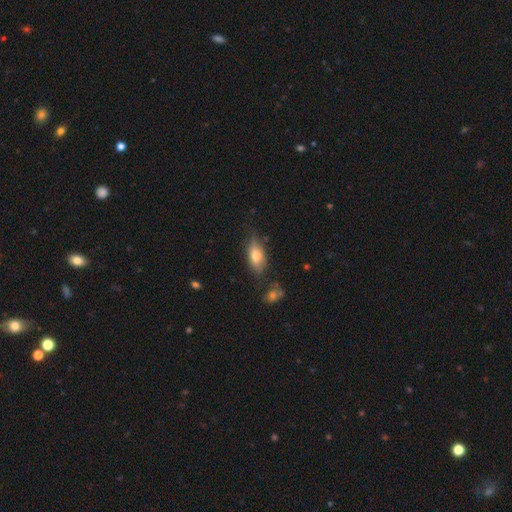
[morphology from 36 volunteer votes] Overall: smooth (69%). How rounded: in between (76%). Merging: none (60%; minor disturbance 26%).